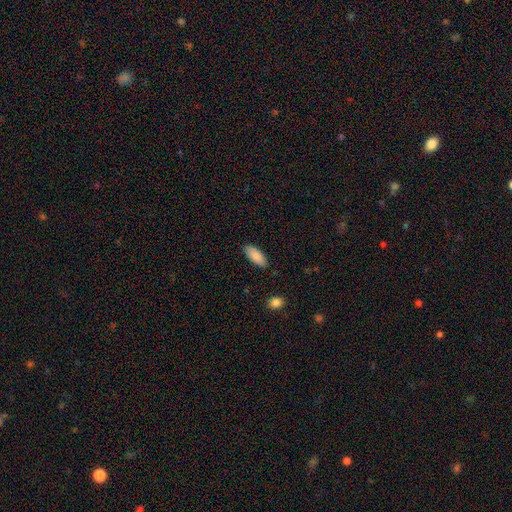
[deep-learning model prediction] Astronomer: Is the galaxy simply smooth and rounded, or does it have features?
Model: smooth — 88%.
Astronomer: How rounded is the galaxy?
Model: in between — 79%.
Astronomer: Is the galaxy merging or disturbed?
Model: none — 87%.